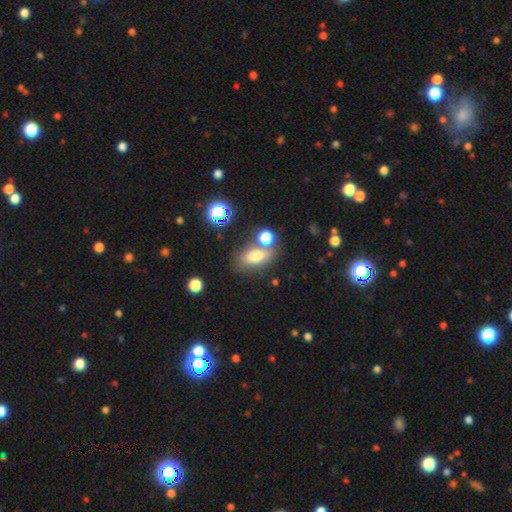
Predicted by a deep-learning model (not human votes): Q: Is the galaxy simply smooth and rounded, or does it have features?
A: smooth — 70%.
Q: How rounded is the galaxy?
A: in between — 77%.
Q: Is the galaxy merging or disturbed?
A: none — 63%.